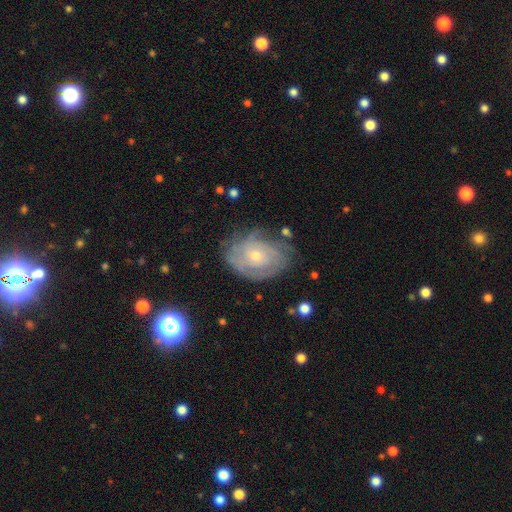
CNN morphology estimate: This is likely a featured or disk galaxy (77%). It is clearly not viewed edge-on (96%). Bar: likely no (77%). Spiral arm pattern: clearly yes (87%). Spiral arm count: possibly can't tell (51%). Spiral winding: likely tight (69%). Central bulge: likely small (62%). Merging: likely none (66%).